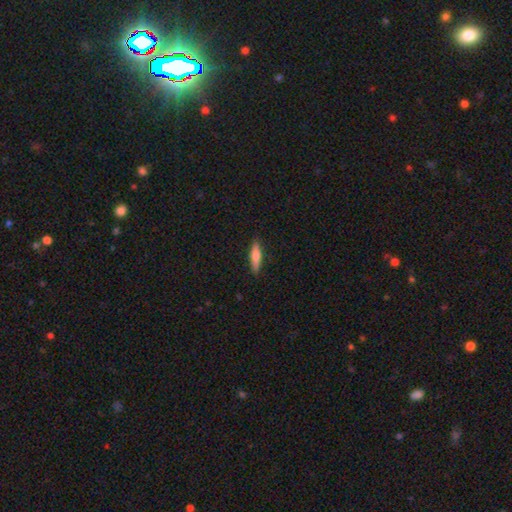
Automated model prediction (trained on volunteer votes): Overall: smooth (68%). How rounded: cigar-shaped (78%). Merging: none (89%).